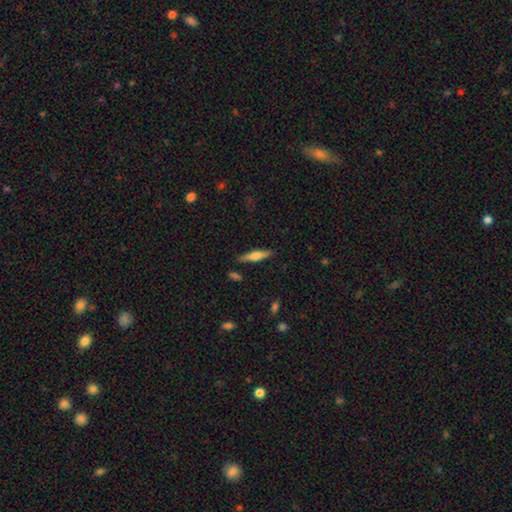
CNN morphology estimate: Smooth or featured? Predicted: smooth (p=0.47, tied with featured or disk). Merging? Predicted: none (p=0.87).